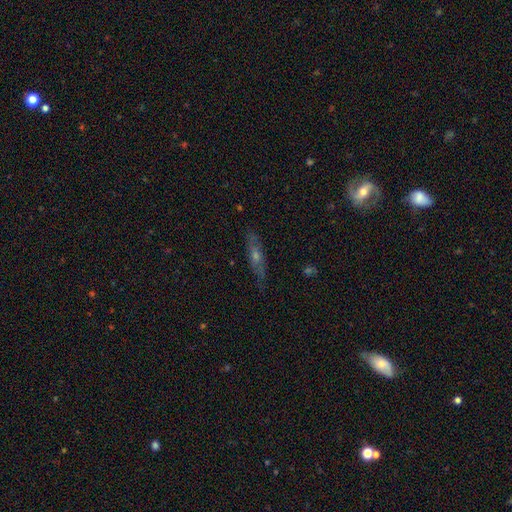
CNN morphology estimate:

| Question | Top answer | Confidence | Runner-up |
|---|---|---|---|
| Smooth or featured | featured or disk | 63% | smooth (26%) |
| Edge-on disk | yes | 70% | no (30%) |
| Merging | none | 82% | minor disturbance (13%) |